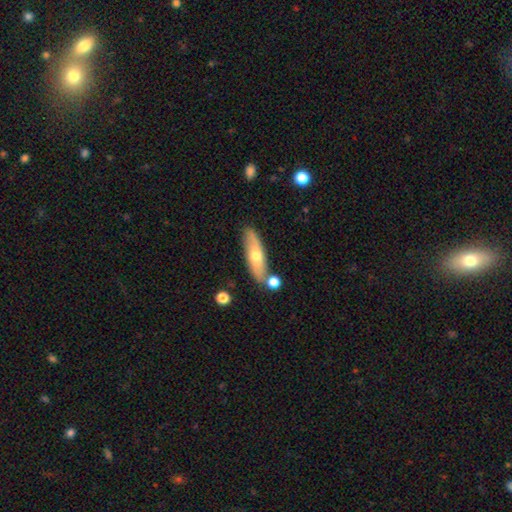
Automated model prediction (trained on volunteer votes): smooth-or-featured: smooth: 53% | featured or disk: 41% | star or artifact: 6%
  how-rounded: cigar-shaped: 56% | in between: 41% | round: 3%
  merging: none: 76% | minor disturbance: 13% | merger: 8% | major disturbance: 3%